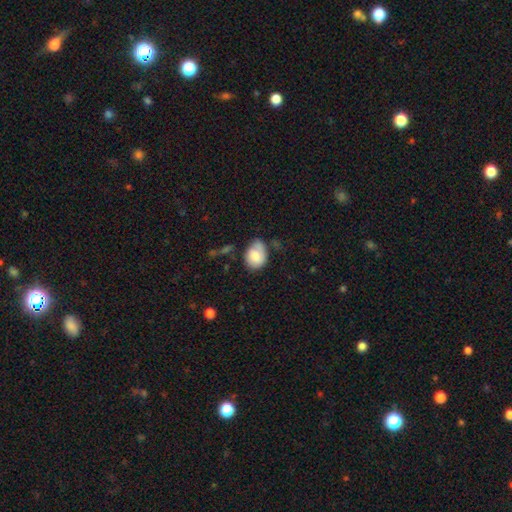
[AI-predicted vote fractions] This is likely a smooth galaxy (75%). How rounded: likely in between (62%). Merging: possibly none (48%).